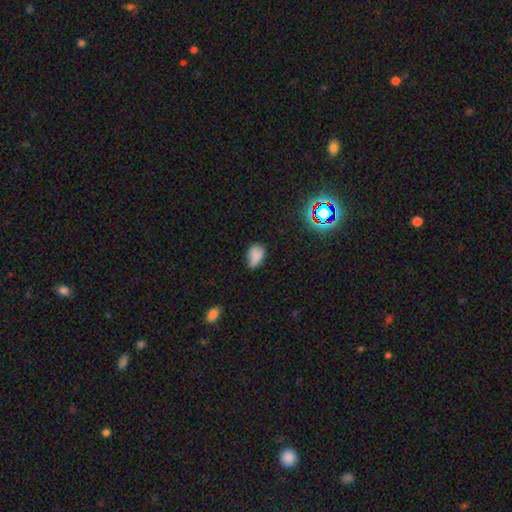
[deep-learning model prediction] Overall: smooth (79%). How rounded: in between (84%). Merging: none (55%; minor disturbance 35%).